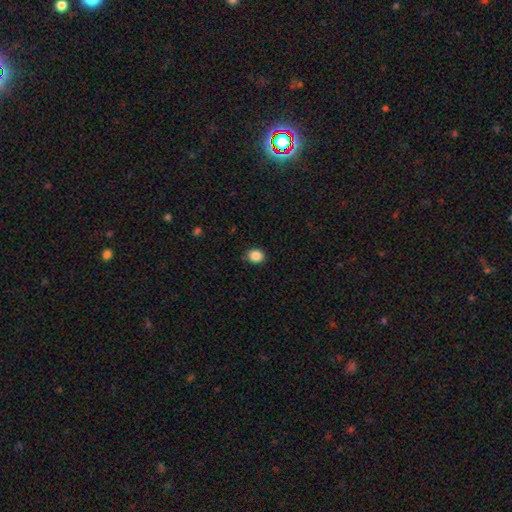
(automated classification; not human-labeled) Smooth or featured?
  - smooth: 87% *
  - star or artifact: 10%
  - featured or disk: 3%
How rounded?
  - round: 65% *
  - in between: 34%
  - cigar-shaped: 1%
Merging?
  - none: 87% *
  - minor disturbance: 9%
  - major disturbance: 2%
  - merger: 1%